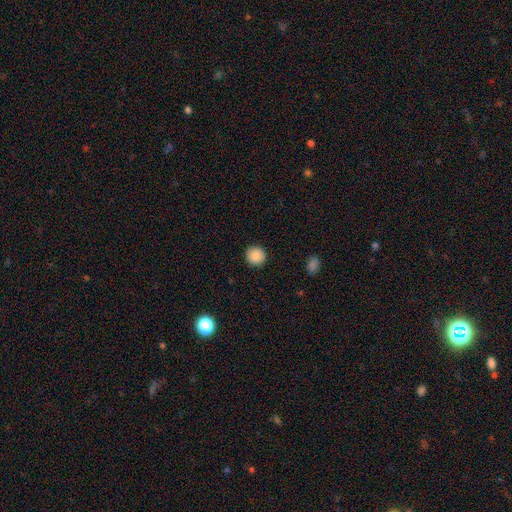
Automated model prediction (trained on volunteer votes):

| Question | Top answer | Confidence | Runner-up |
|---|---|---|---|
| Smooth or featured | smooth | 87% | star or artifact (8%) |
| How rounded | round | 93% | in between (6%) |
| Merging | none | 92% | minor disturbance (5%) |